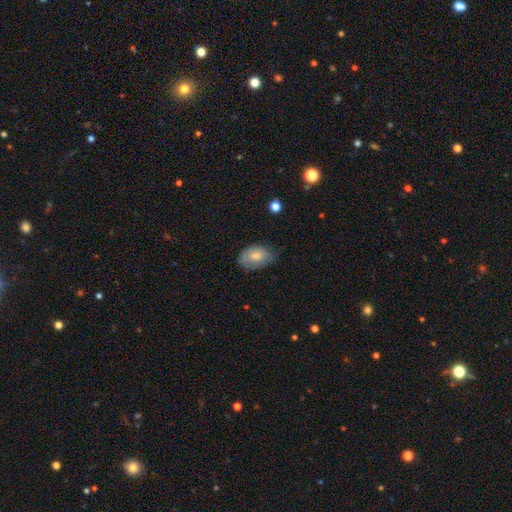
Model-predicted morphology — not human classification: This is likely a smooth galaxy (76%). How rounded: clearly in between (85%). Merging: possibly none (60%).